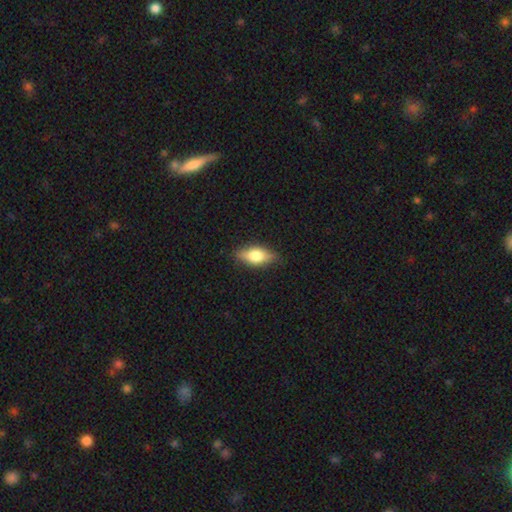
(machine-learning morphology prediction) smooth_or_featured: smooth (p=0.66) [alt: featured or disk p=0.27]
how_rounded: in between (p=0.79) [alt: cigar-shaped p=0.17]
merging: none (p=0.84) [alt: minor disturbance p=0.13]